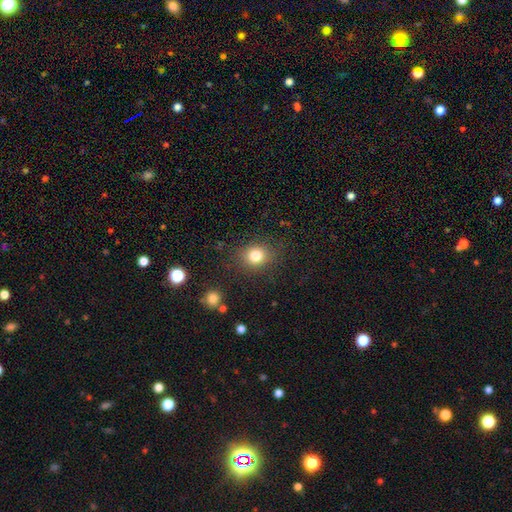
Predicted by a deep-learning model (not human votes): Smooth or featured: smooth — 81% (star or artifact — 12%)
How rounded: round — 74% (in between — 26%)
Merging: none — 83% (minor disturbance — 11%)